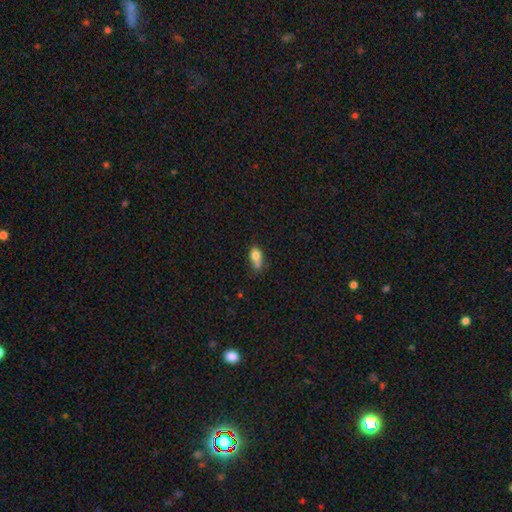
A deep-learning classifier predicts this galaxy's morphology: This appears to be a smooth galaxy with no disk features (76%) that is in between round and cigar-shaped (73%). Merging: none (34%).